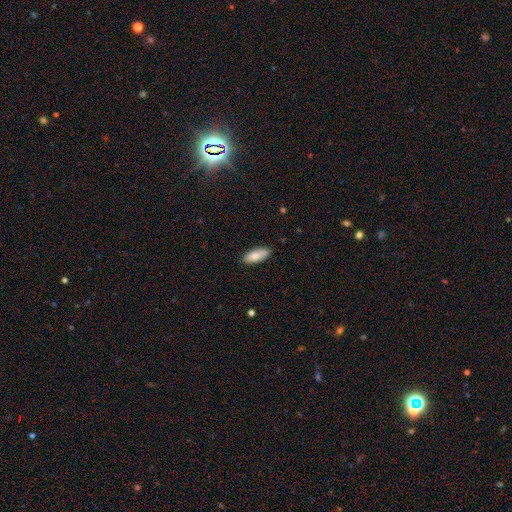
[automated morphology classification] Smooth or featured?
  - smooth: 82% *
  - featured or disk: 12%
  - star or artifact: 6%
How rounded?
  - in between: 78% *
  - cigar-shaped: 20%
  - round: 2%
Merging?
  - none: 84% *
  - minor disturbance: 13%
  - major disturbance: 2%
  - merger: 1%